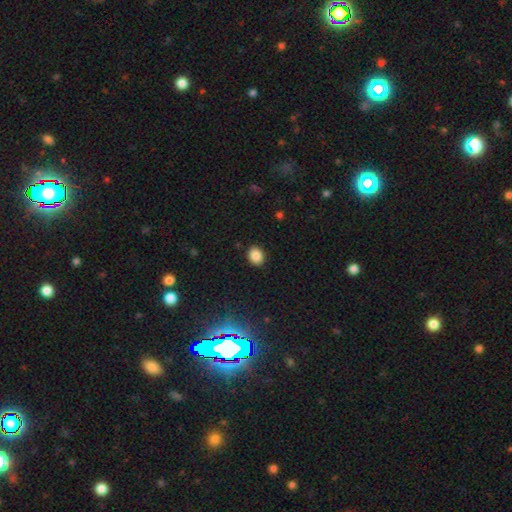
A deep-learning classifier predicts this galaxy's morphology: Smooth or featured? Predicted: smooth (p=0.86). How rounded? Predicted: round (p=0.50). Merging? Predicted: none (p=0.90).